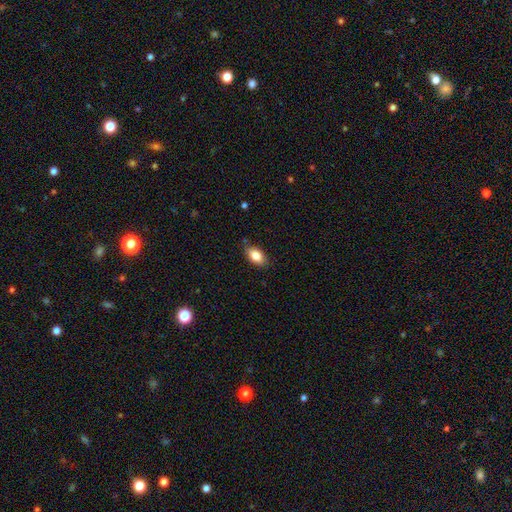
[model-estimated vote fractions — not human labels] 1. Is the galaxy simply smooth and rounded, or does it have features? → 85% smooth, 8% featured or disk, 8% star or artifact.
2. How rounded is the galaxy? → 90% in between, 7% round, 3% cigar-shaped.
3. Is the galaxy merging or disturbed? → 81% none, 14% minor disturbance, 3% major disturbance, 2% merger.